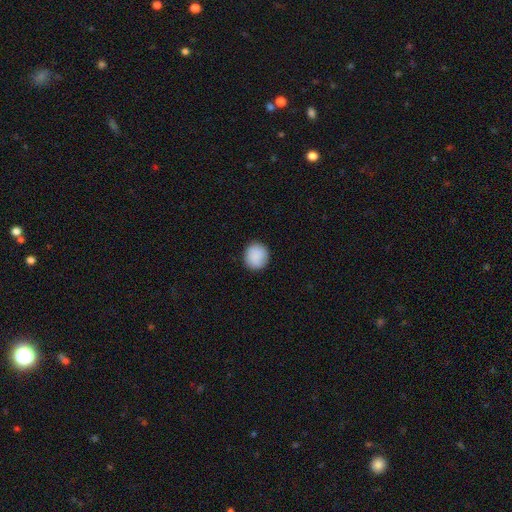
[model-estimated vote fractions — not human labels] smooth_or_featured: smooth (p=0.89) [alt: star or artifact p=0.07]
how_rounded: round (p=0.89) [alt: in between p=0.10]
merging: none (p=0.89) [alt: minor disturbance p=0.08]